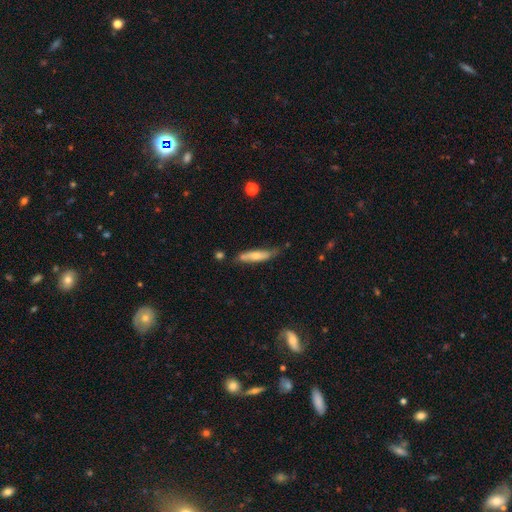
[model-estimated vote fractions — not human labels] smooth 56%, featured or disk 38%, star or artifact 6%. Down the decision tree: how rounded — cigar-shaped (76%); merging — none (62%).